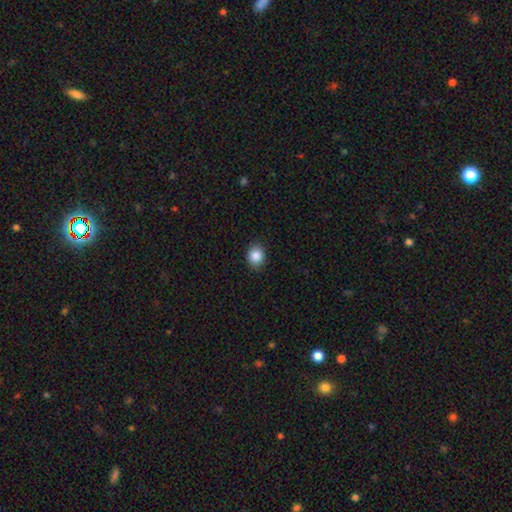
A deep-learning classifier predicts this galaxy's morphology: Q: Smooth or featured?
A: smooth (87%); runner-up: star or artifact (9%)
Q: How rounded?
A: round (71%); runner-up: in between (28%)
Q: Merging?
A: none (88%); runner-up: minor disturbance (9%)